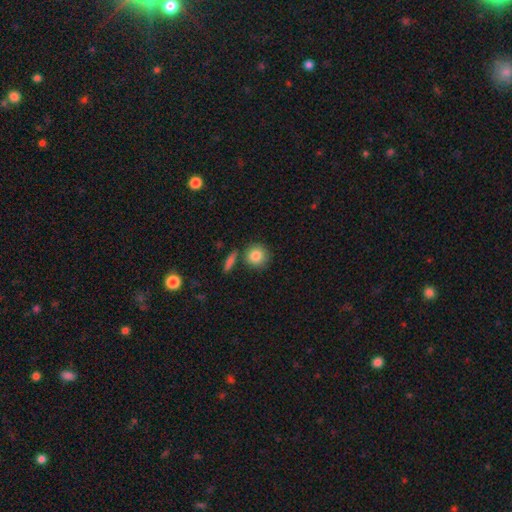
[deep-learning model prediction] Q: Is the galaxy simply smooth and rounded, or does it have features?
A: smooth — 84%.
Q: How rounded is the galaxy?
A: round — 90%.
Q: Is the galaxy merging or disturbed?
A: none — 77%.